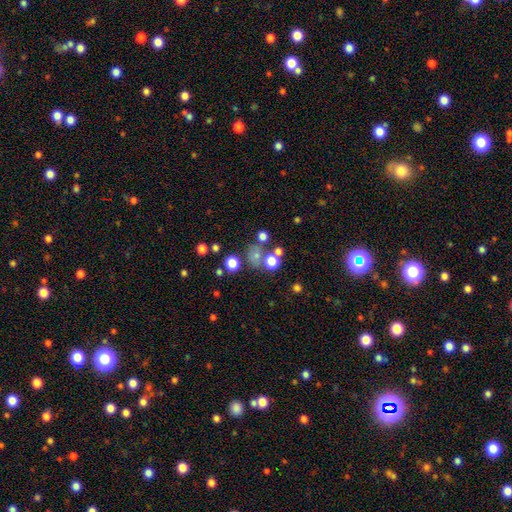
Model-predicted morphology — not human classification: Smooth or featured? Predicted: smooth (p=0.65). How rounded? Predicted: round (p=0.74). Merging? Predicted: none (p=0.64).